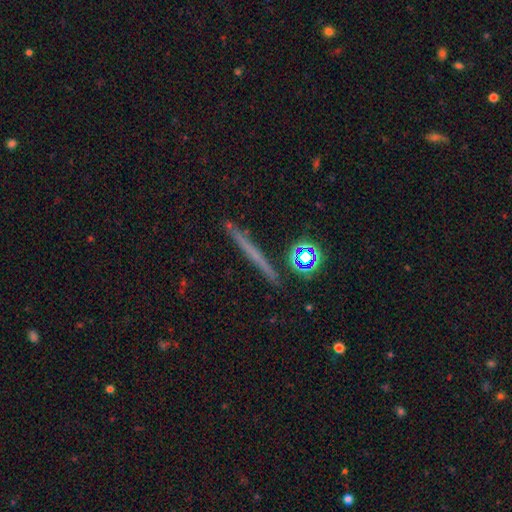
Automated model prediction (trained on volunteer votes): A smooth galaxy with no disk features (44%). Merging: none (88%).